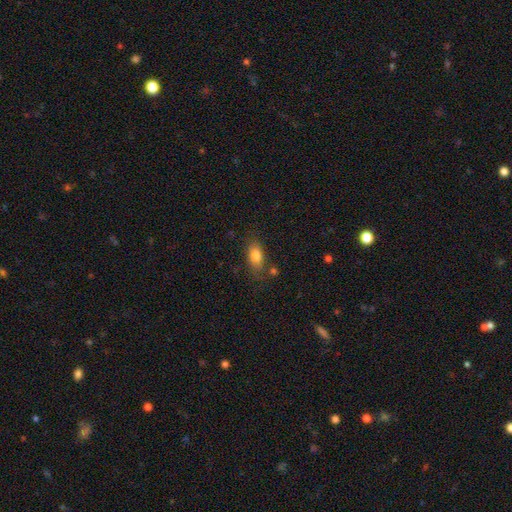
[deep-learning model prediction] This is clearly a smooth galaxy (81%). How rounded: clearly in between (87%). Merging: likely none (70%).